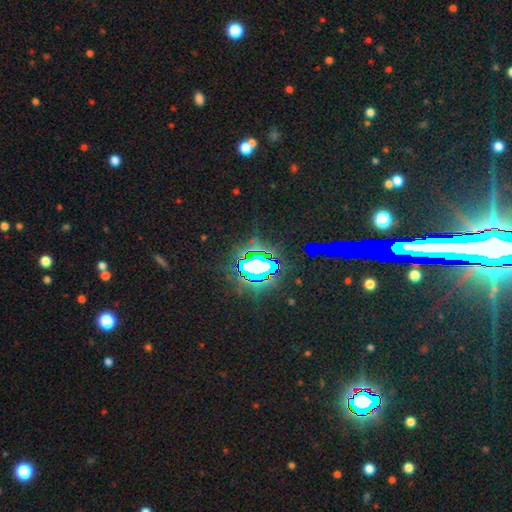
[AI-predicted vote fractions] Q: Smooth or featured?
A: star or artifact (83%); runner-up: smooth (9%)